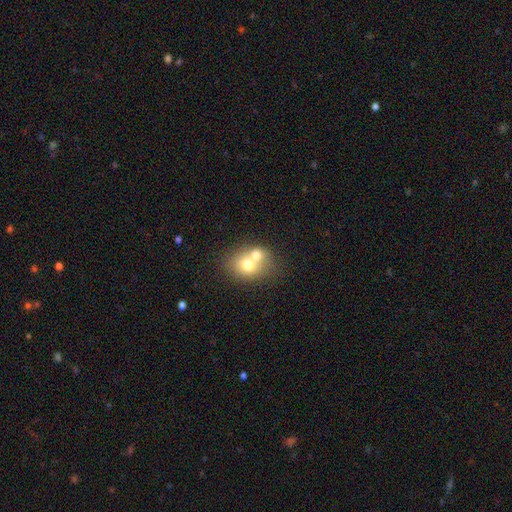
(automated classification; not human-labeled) Smooth or featured: smooth — 67% (featured or disk — 24%)
How rounded: round — 55% (in between — 44%)
Merging: merger — 65% (none — 26%)